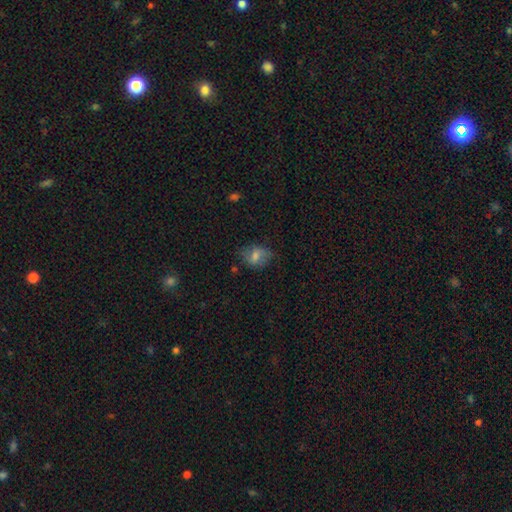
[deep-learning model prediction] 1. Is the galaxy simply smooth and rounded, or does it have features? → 66% smooth, 23% featured or disk, 10% star or artifact.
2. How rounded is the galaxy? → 64% in between, 34% round, 2% cigar-shaped.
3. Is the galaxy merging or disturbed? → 63% none, 25% minor disturbance, 10% major disturbance, 2% merger.